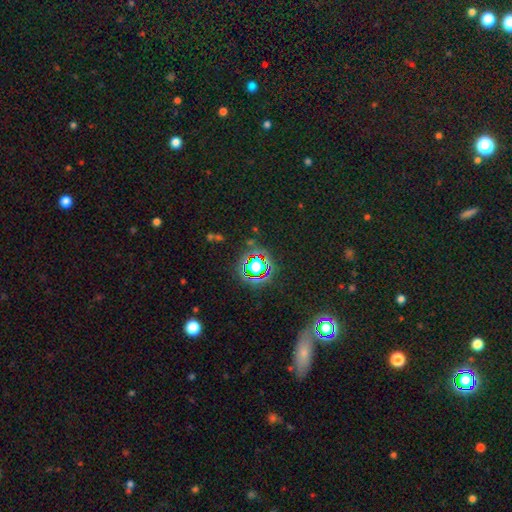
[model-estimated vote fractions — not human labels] Smooth or featured? Predicted: star or artifact (p=0.74).